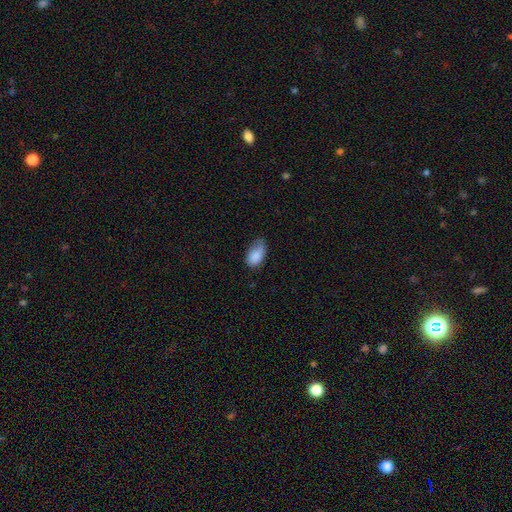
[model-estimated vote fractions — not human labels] Smooth or featured: smooth — 86% (star or artifact — 7%)
How rounded: in between — 93% (round — 5%)
Merging: none — 47% (minor disturbance — 41%)